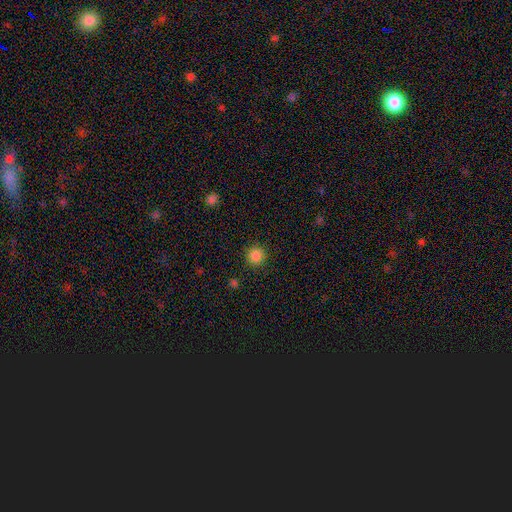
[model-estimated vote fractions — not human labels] This is clearly a smooth galaxy (86%). How rounded: clearly round (94%). Merging: clearly none (91%).